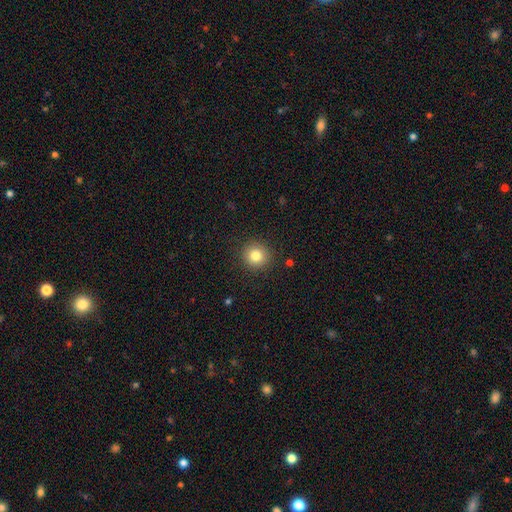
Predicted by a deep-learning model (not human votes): Q: Smooth or featured?
A: smooth (81%); runner-up: star or artifact (11%)
Q: How rounded?
A: round (94%); runner-up: in between (5%)
Q: Merging?
A: none (91%); runner-up: minor disturbance (6%)